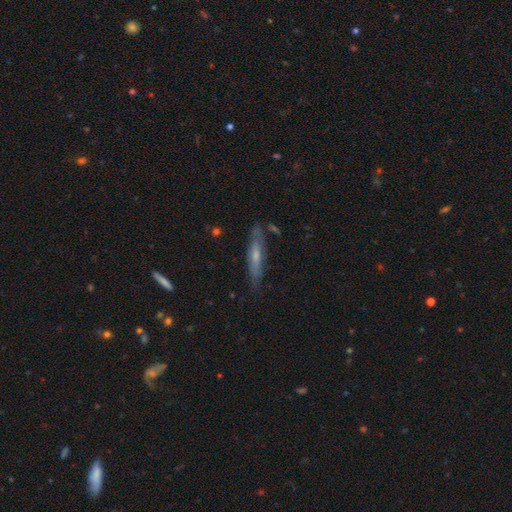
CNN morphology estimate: smooth_or_featured: featured or disk (p=0.54) [alt: smooth p=0.39]
disk_edge_on: yes (p=0.70) [alt: no p=0.30]
merging: none (p=0.75) [alt: minor disturbance p=0.18]